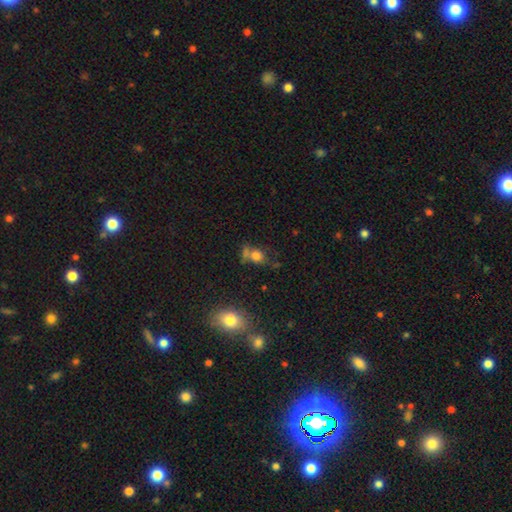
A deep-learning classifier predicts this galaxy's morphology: Smooth or featured?
  - smooth: 72% *
  - star or artifact: 16%
  - featured or disk: 12%
How rounded?
  - round: 52% *
  - in between: 45%
  - cigar-shaped: 3%
Merging?
  - none: 47% *
  - merger: 27%
  - minor disturbance: 16%
  - major disturbance: 10%